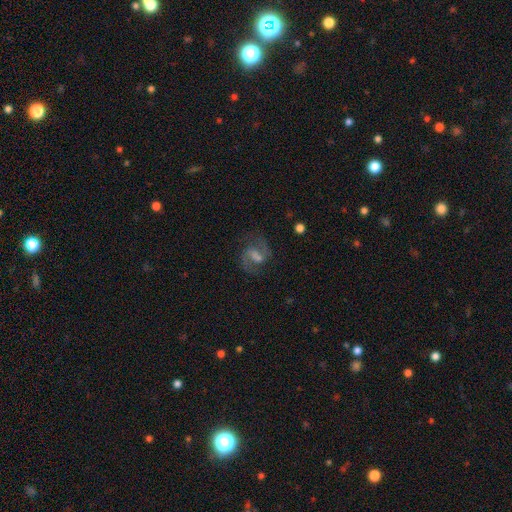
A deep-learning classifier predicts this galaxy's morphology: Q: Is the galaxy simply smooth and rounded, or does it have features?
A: featured or disk — 81%.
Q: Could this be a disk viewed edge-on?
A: no — 98%.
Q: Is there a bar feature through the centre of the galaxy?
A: weak — 55%.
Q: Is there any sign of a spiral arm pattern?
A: yes — 95%.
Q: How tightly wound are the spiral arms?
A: medium — 58%.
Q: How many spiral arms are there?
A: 2 — 92%.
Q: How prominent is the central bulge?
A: small — 34%.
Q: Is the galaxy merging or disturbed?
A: none — 73%.